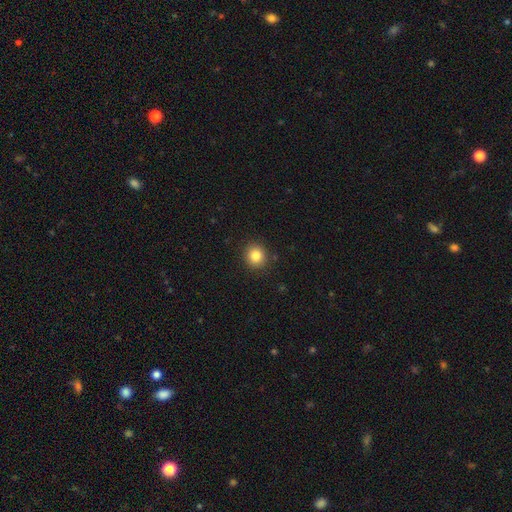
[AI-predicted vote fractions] A smooth galaxy with no disk features (84%) that is round (86%).

Vote fractions:
- Smooth or featured? smooth: 84% / star or artifact: 11% / featured or disk: 5%
- How rounded? round: 86% / in between: 13% / cigar-shaped: 1%
- Merging? none: 90% / minor disturbance: 7% / major disturbance: 2% / merger: 1%